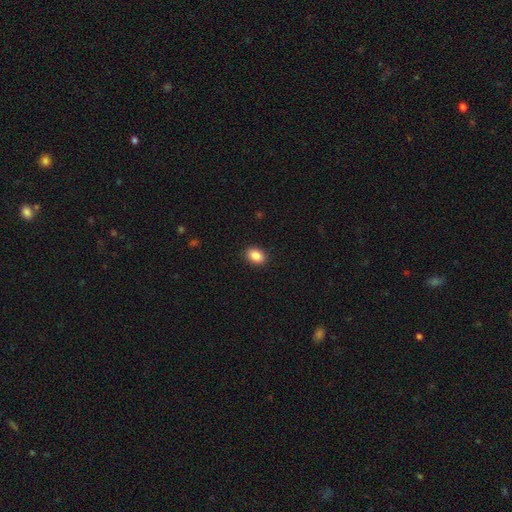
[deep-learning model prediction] Q: Smooth or featured?
A: smooth (88%); runner-up: star or artifact (8%)
Q: How rounded?
A: in between (78%); runner-up: round (20%)
Q: Merging?
A: none (90%); runner-up: minor disturbance (7%)